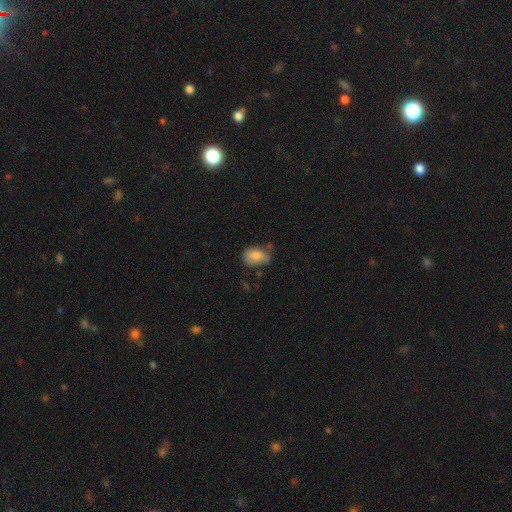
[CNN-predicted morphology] Smooth or featured: smooth — 80% (featured or disk — 12%)
How rounded: in between — 82% (round — 16%)
Merging: none — 52% (minor disturbance — 32%)